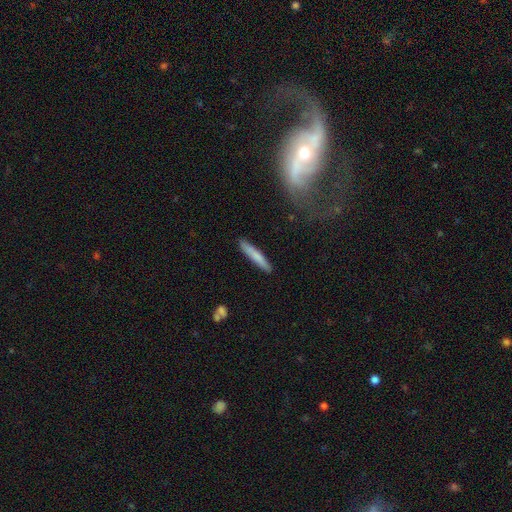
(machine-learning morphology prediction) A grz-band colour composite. It shows a smooth galaxy with no disk features (75%) that is cigar-shaped (94%). Merging: none (89%).